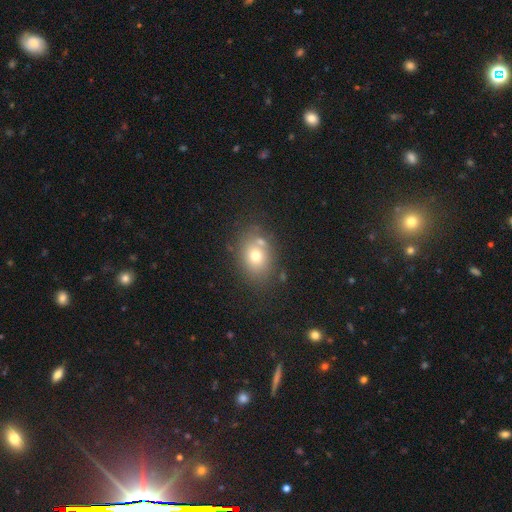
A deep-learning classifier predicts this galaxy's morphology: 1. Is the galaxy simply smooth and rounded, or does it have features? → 71% smooth, 16% featured or disk, 13% star or artifact.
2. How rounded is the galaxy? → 59% in between, 40% round, 1% cigar-shaped.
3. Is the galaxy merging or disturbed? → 70% none, 14% minor disturbance, 11% merger, 5% major disturbance.